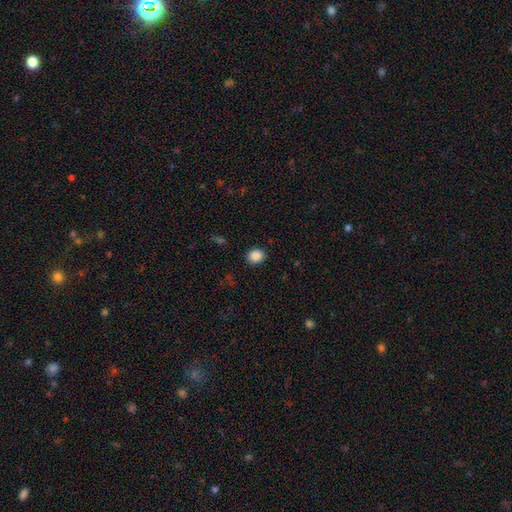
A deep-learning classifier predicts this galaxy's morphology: Q: Smooth or featured?
A: smooth (87%); runner-up: star or artifact (9%)
Q: How rounded?
A: round (62%); runner-up: in between (37%)
Q: Merging?
A: none (90%); runner-up: minor disturbance (7%)